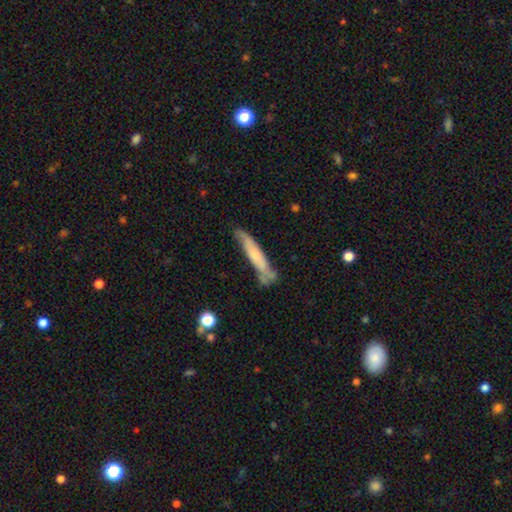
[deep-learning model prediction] Smooth or featured? smooth (56%)
How rounded? cigar-shaped (91%)
Merging? none (63%)